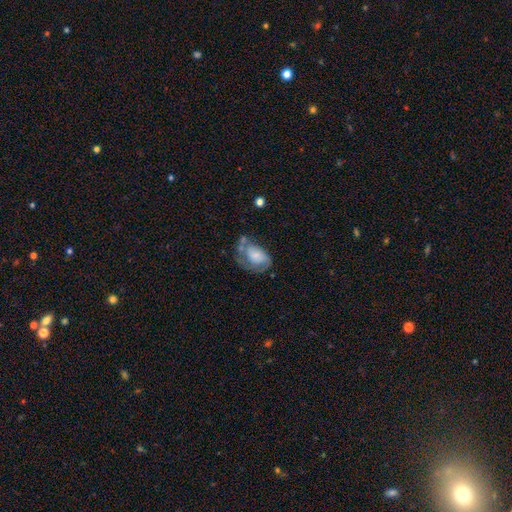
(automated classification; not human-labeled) This appears to be a smooth galaxy with no disk features (49%). Merging: major disturbance (31%).